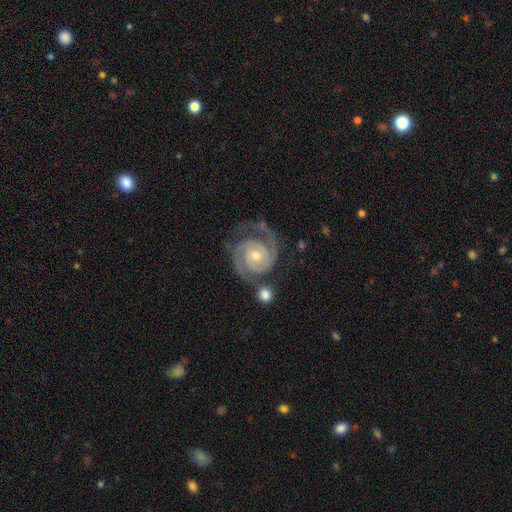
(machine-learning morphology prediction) Smooth or featured: featured or disk — 92% (star or artifact — 4%)
Edge-on disk: no — 98% (yes — 2%)
Bar: no — 73% (weak — 21%)
Spiral arms: yes — 98% (no — 2%)
Spiral winding: tight — 67% (medium — 28%)
Spiral arm count: 2 — 87% (3 — 5%)
Bulge size: moderate — 52% (small — 45%)
Merging: none — 68% (minor disturbance — 16%)